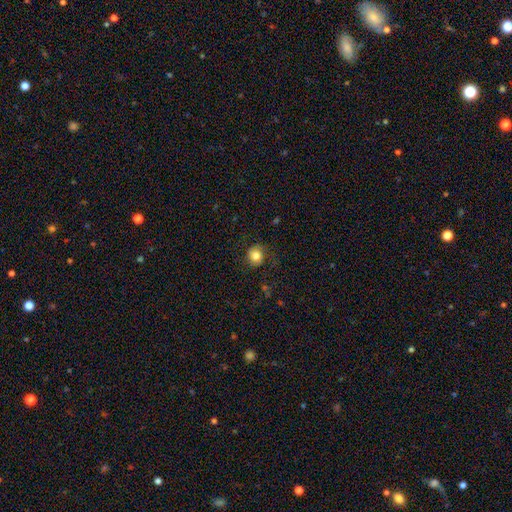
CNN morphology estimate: Q: Smooth or featured?
A: smooth (78%); runner-up: featured or disk (13%)
Q: How rounded?
A: round (82%); runner-up: in between (17%)
Q: Merging?
A: none (73%); runner-up: minor disturbance (17%)